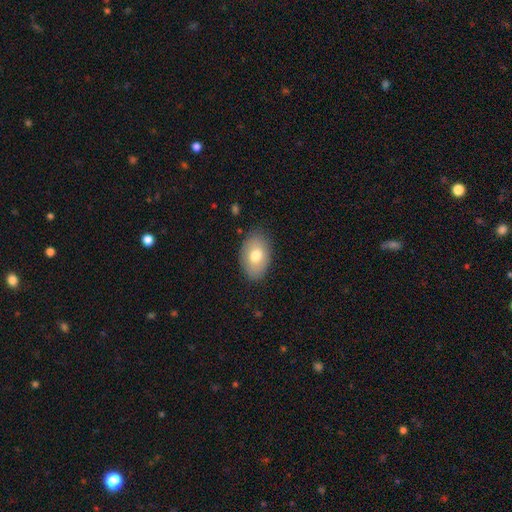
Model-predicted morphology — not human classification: Q: Smooth or featured?
A: smooth (74%); runner-up: featured or disk (19%)
Q: How rounded?
A: in between (88%); runner-up: round (11%)
Q: Merging?
A: none (83%); runner-up: minor disturbance (13%)